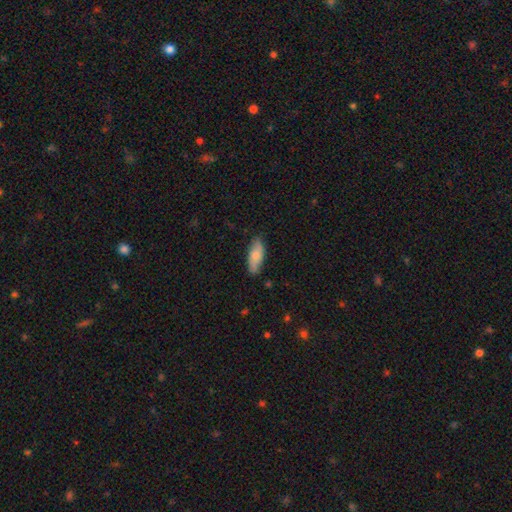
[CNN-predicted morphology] Smooth or featured? smooth (75%)
How rounded? in between (74%)
Merging? none (82%)